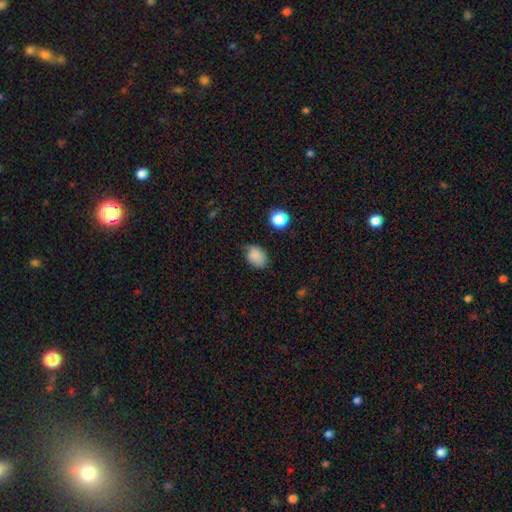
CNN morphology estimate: This appears to be a smooth galaxy with no disk features (83%) that is in between round and cigar-shaped (72%). Merging: none (62%).